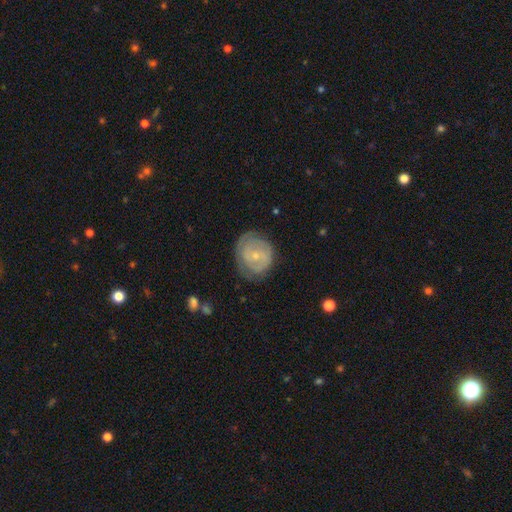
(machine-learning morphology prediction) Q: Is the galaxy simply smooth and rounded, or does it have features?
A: featured or disk — 63%.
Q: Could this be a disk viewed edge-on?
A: no — 97%.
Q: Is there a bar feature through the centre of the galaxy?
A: no — 64%.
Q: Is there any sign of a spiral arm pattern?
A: yes — 75%.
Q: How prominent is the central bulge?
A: small — 72%.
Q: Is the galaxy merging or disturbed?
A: none — 68%.